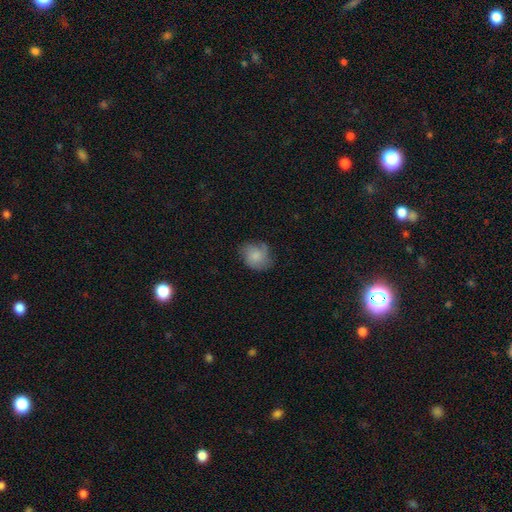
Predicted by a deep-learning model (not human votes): Smooth or featured? smooth (72%)
How rounded? round (64%)
Merging? none (60%)